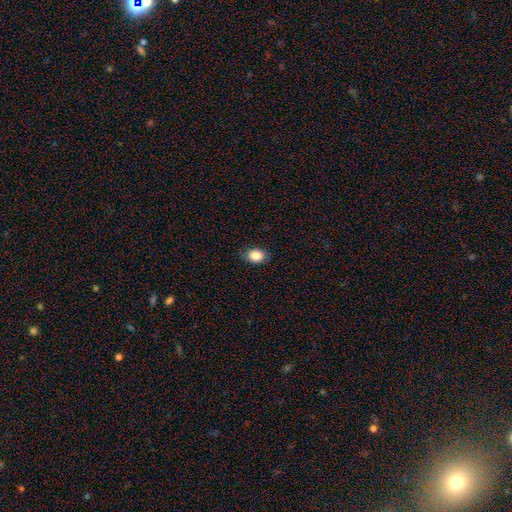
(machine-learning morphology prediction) Smooth or featured?
  - smooth: 86% *
  - star or artifact: 8%
  - featured or disk: 5%
How rounded?
  - in between: 72% *
  - round: 27%
  - cigar-shaped: 1%
Merging?
  - none: 84% *
  - minor disturbance: 12%
  - major disturbance: 3%
  - merger: 1%